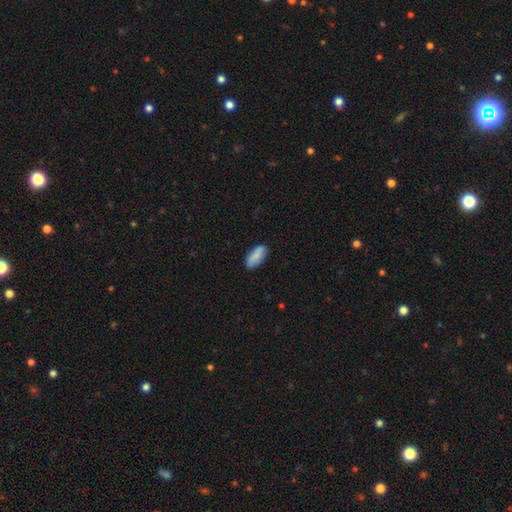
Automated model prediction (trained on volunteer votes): smooth-or-featured: smooth: 81% | featured or disk: 12% | star or artifact: 6%
  how-rounded: in between: 82% | cigar-shaped: 16% | round: 2%
  merging: none: 84% | minor disturbance: 13% | major disturbance: 2% | merger: 1%